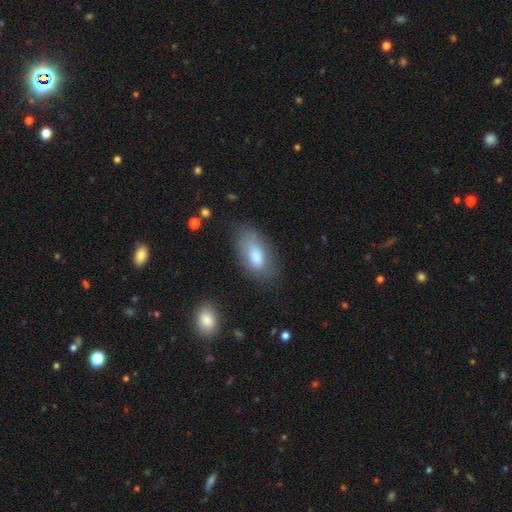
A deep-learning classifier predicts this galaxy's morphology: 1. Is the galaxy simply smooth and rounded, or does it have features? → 77% smooth, 15% featured or disk, 8% star or artifact.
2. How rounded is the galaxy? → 91% in between, 5% cigar-shaped, 3% round.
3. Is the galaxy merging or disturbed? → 65% none, 23% minor disturbance, 9% major disturbance, 3% merger.